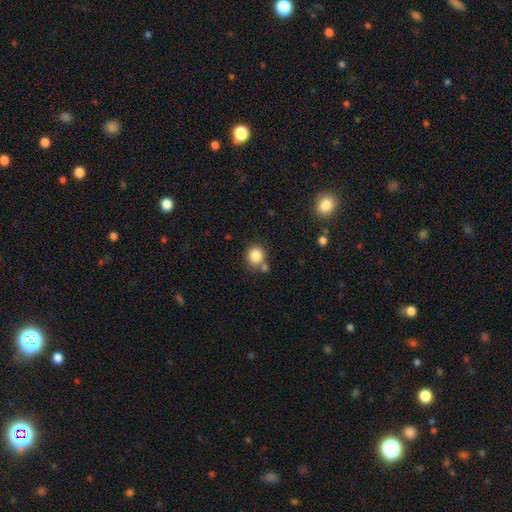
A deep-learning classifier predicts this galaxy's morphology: smooth-or-featured: smooth: 84% | star or artifact: 10% | featured or disk: 6%
  how-rounded: round: 85% | in between: 14% | cigar-shaped: 1%
  merging: none: 67% | merger: 17% | minor disturbance: 12% | major disturbance: 4%